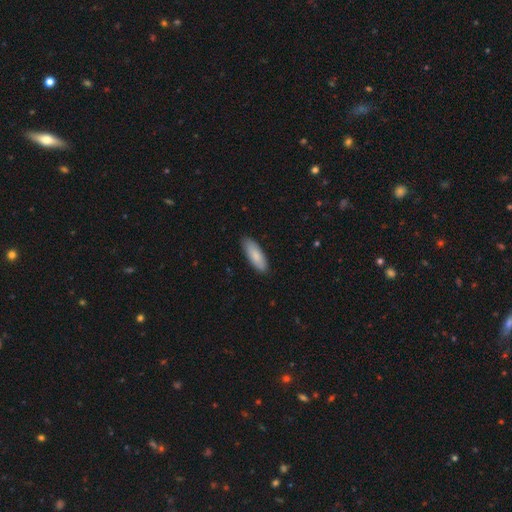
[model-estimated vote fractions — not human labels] This appears to be a smooth galaxy with no disk features (85%) that is in between round and cigar-shaped (65%). Merging: none (86%).